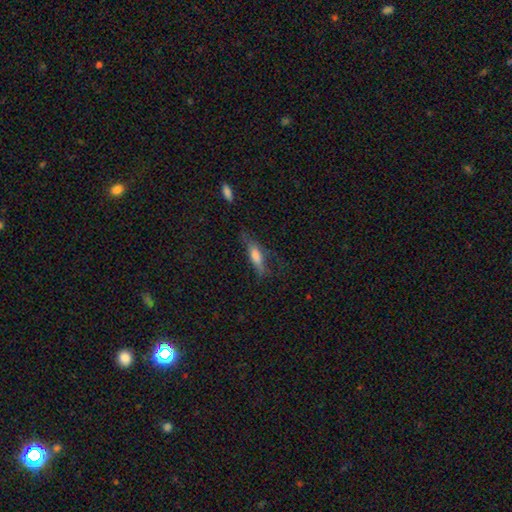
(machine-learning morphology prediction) A smooth galaxy with no disk features (62%) that is cigar-shaped (64%). Merging: none (57%).